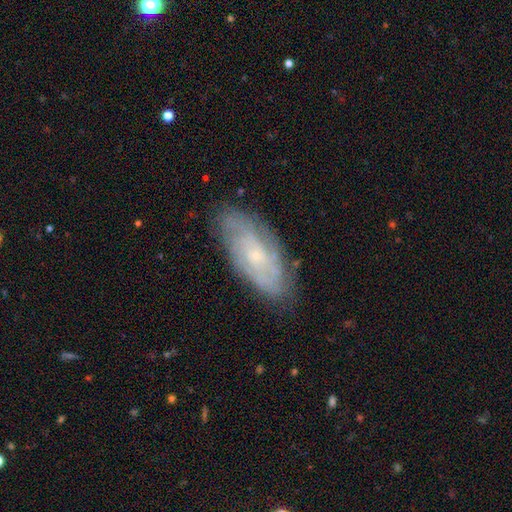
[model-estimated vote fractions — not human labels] Smooth or featured: featured or disk — 67% (smooth — 26%)
Edge-on disk: no — 89% (yes — 11%)
Bar: no — 75% (weak — 22%)
Spiral arms: yes — 85% (no — 15%)
Spiral winding: tight — 61% (medium — 30%)
Spiral arm count: can't tell — 55% (2 — 16%)
Bulge size: small — 72% (moderate — 22%)
Merging: none — 78% (minor disturbance — 17%)